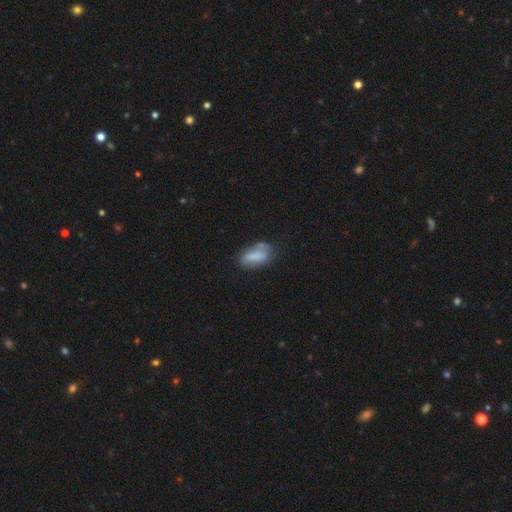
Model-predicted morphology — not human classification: Smooth or featured? smooth (64%)
How rounded? in between (89%)
Merging? none (48%)